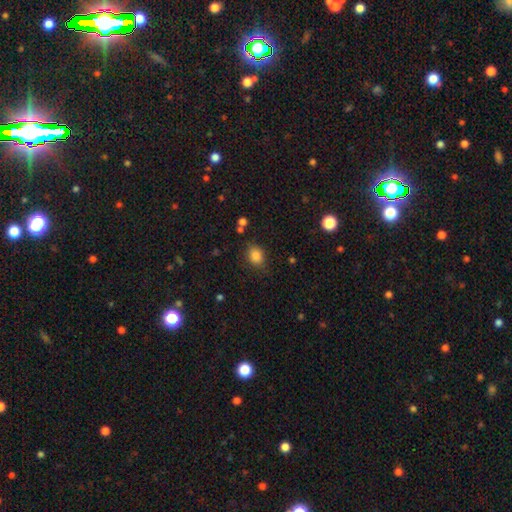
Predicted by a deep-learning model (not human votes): Smooth or featured? Predicted: smooth (p=0.85). How rounded? Predicted: in between (p=0.54). Merging? Predicted: none (p=0.77).